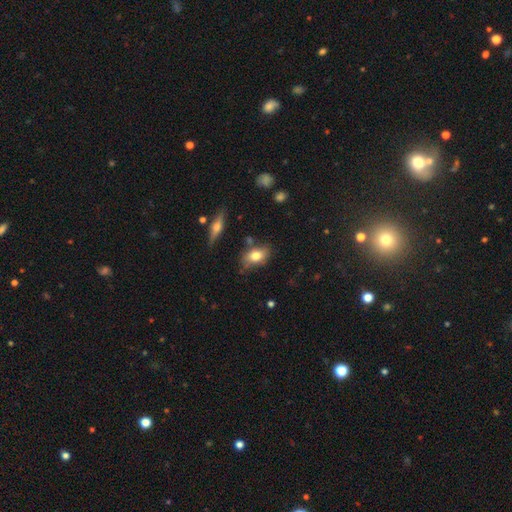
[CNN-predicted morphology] smooth-or-featured: smooth: 76% | featured or disk: 16% | star or artifact: 8%
  how-rounded: in between: 85% | round: 12% | cigar-shaped: 3%
  merging: none: 70% | minor disturbance: 19% | merger: 6% | major disturbance: 4%